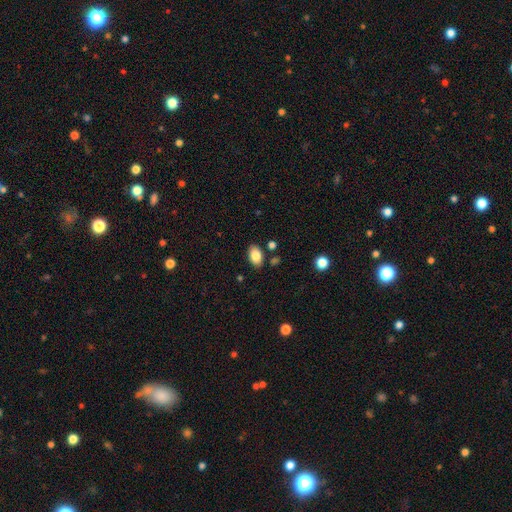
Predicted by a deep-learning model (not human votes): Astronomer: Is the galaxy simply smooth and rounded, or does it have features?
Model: smooth — 85%.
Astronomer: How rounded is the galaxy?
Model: in between — 91%.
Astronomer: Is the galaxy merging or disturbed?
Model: none — 84%.